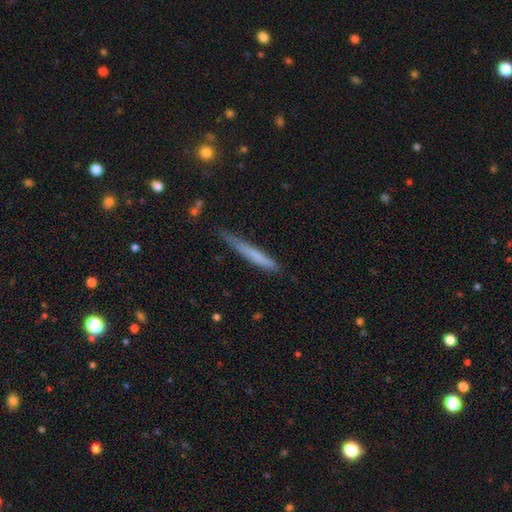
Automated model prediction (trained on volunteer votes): This appears to be a smooth galaxy with no disk features (65%) that is cigar-shaped (96%). Merging: none (66%).